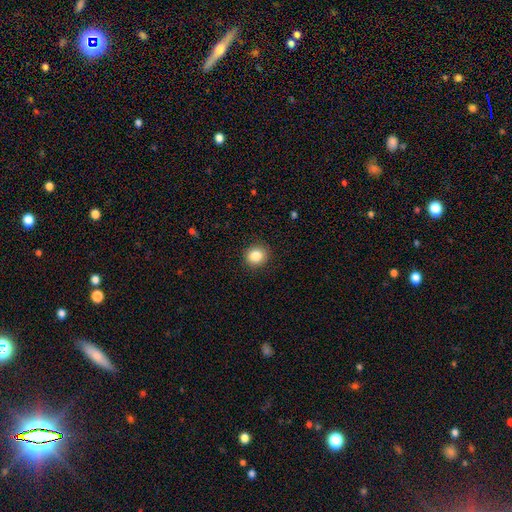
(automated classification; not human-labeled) Smooth or featured? smooth (85%)
How rounded? round (82%)
Merging? none (90%)